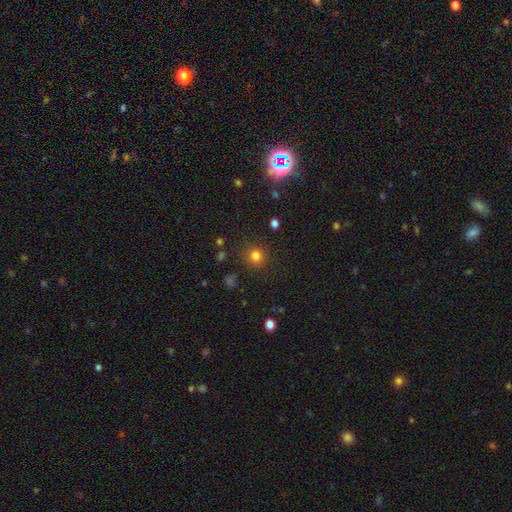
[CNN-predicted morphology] This is likely a smooth galaxy (79%). How rounded: clearly round (88%). Merging: clearly none (86%).